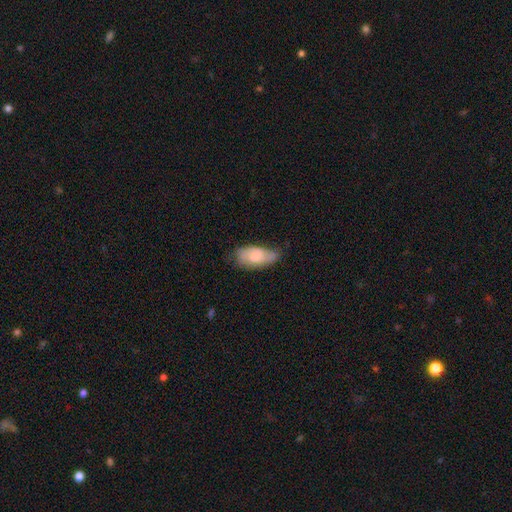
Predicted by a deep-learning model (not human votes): Smooth or featured? smooth (57%)
How rounded? in between (89%)
Merging? none (59%)